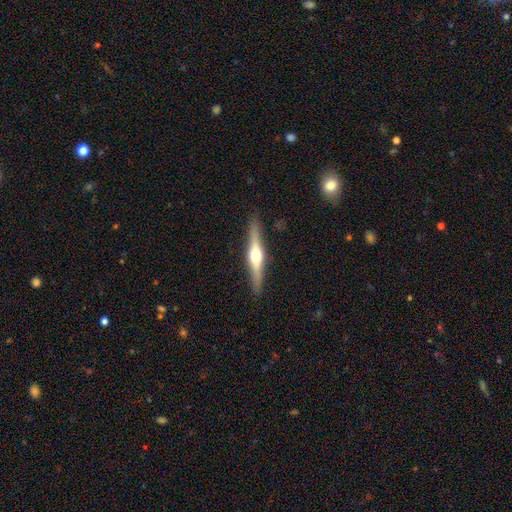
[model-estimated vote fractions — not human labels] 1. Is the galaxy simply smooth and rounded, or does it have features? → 72% featured or disk, 23% smooth, 5% star or artifact.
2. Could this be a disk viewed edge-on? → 97% yes, 3% no.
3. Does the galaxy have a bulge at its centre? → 93% rounded, 4% boxy, 3% none.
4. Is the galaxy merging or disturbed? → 90% none, 7% minor disturbance, 2% major disturbance, 1% merger.